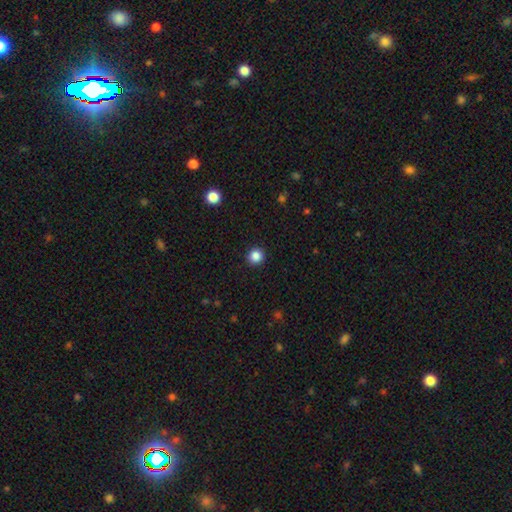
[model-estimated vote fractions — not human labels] This appears to be a smooth galaxy with no disk features (86%) that is round (94%). Merging: none (93%).